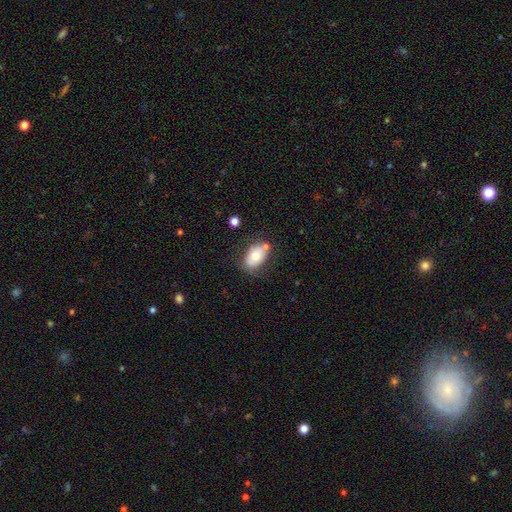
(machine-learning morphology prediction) smooth 70%, featured or disk 22%, star or artifact 8%. Down the decision tree: how rounded — in between (87%); merging — none (67%).